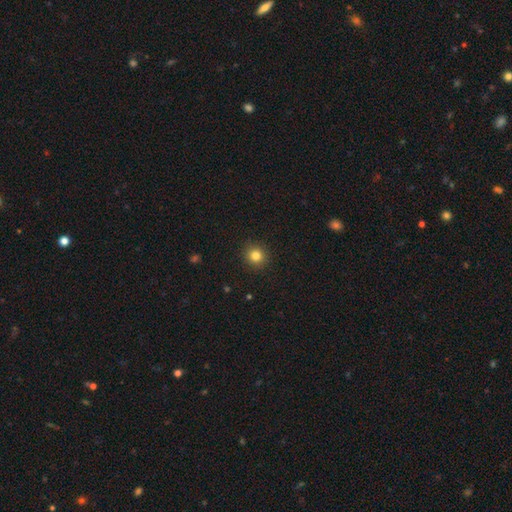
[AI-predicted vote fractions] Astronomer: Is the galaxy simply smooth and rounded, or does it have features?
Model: smooth — 83%.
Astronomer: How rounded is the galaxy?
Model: round — 91%.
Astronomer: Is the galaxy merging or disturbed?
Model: none — 92%.